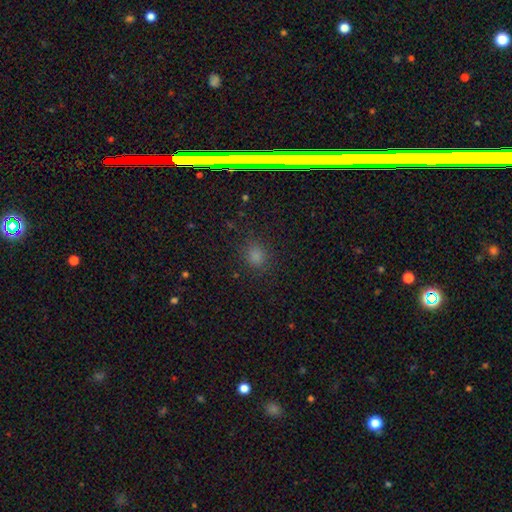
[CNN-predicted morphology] smooth-or-featured: smooth: 70% | star or artifact: 23% | featured or disk: 7%
  how-rounded: round: 61% | in between: 34% | cigar-shaped: 5%
  merging: none: 86% | minor disturbance: 10% | major disturbance: 3% | merger: 1%